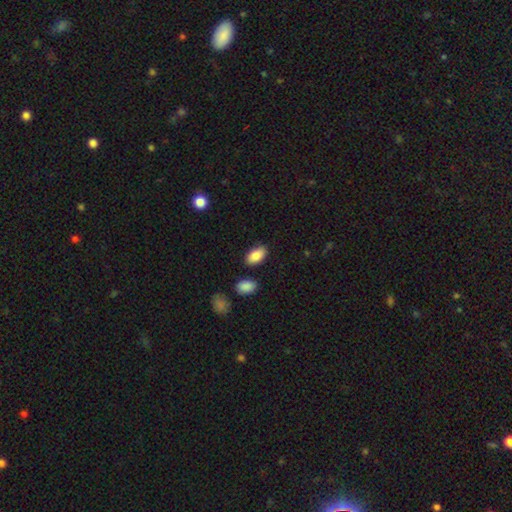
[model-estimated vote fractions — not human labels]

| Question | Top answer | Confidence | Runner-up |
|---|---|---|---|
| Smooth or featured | smooth | 86% | featured or disk (7%) |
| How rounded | in between | 94% | round (4%) |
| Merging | none | 84% | minor disturbance (10%) |